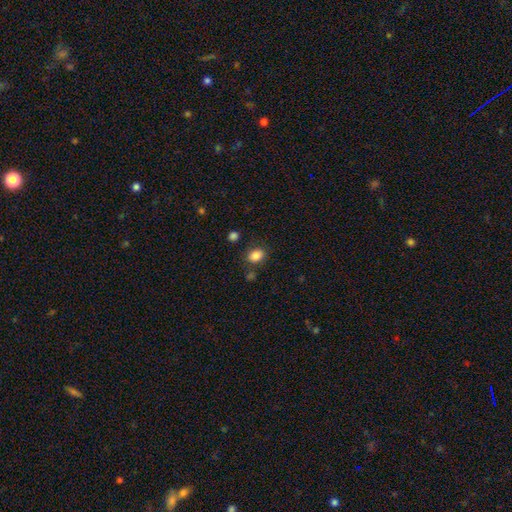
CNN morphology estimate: Smooth or featured: smooth — 85% (star or artifact — 10%)
How rounded: in between — 53% (round — 46%)
Merging: none — 79% (minor disturbance — 12%)